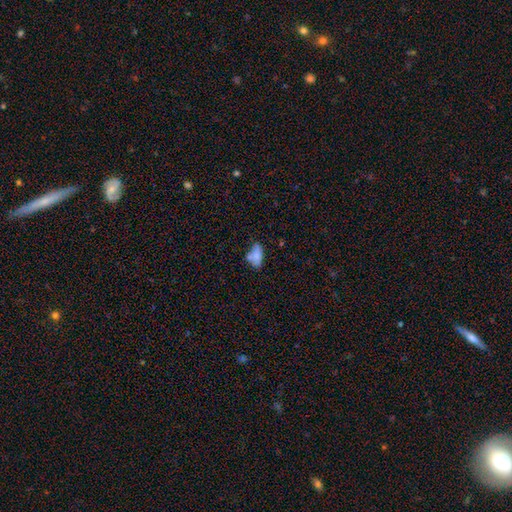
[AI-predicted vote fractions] This is likely a smooth galaxy (76%). How rounded: clearly in between (90%). Merging: marginally none (44%).